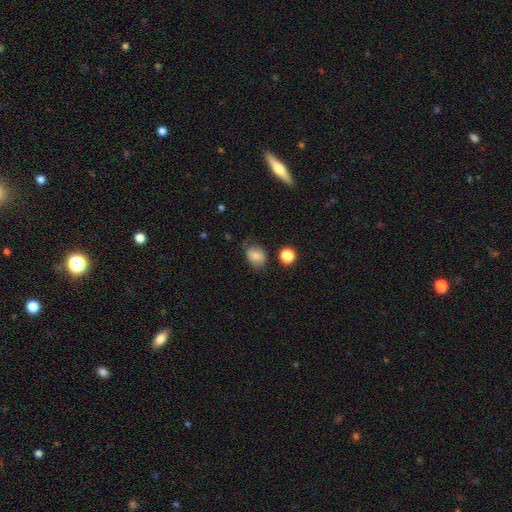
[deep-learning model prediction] Morphology: type=smooth (81%); roundness=in between (56%); merging=none (65%).